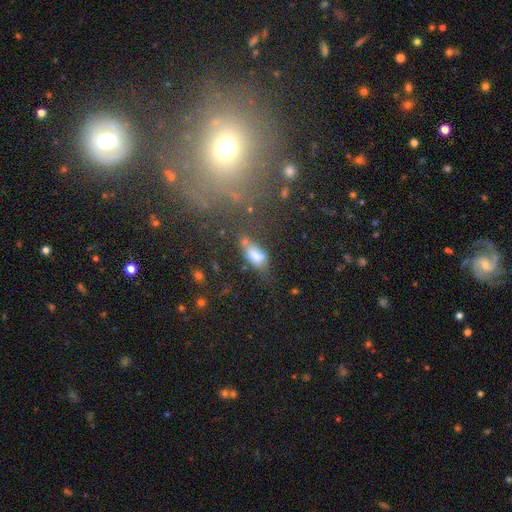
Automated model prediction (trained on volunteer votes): Morphology: type=smooth (70%); roundness=in between (81%); merging=none (40%).